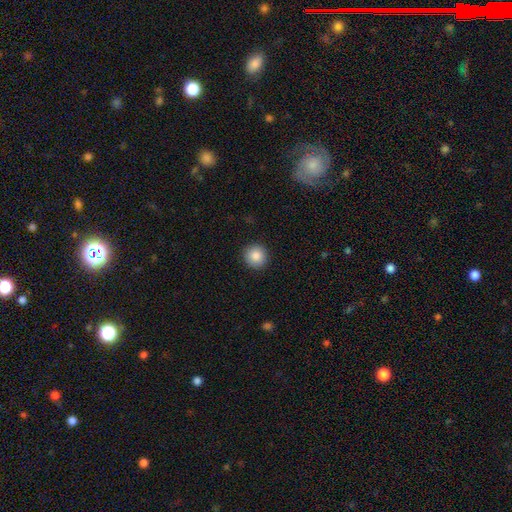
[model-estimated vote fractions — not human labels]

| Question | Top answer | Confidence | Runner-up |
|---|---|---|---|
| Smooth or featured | smooth | 86% | star or artifact (9%) |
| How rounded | round | 94% | in between (5%) |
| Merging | none | 92% | minor disturbance (5%) |